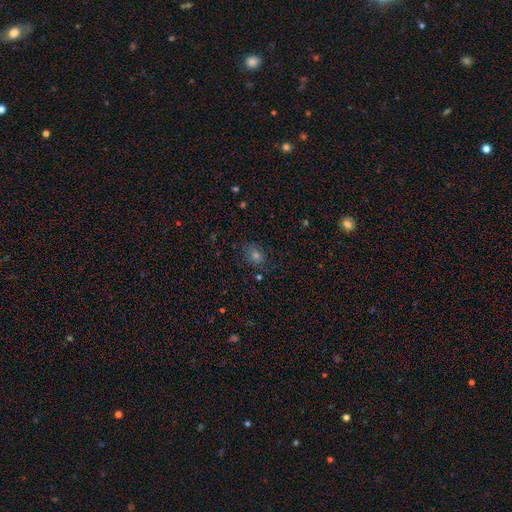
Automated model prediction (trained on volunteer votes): Q: Smooth or featured?
A: smooth (63%); runner-up: star or artifact (25%)
Q: How rounded?
A: round (52%); runner-up: in between (47%)
Q: Merging?
A: none (78%); runner-up: minor disturbance (15%)